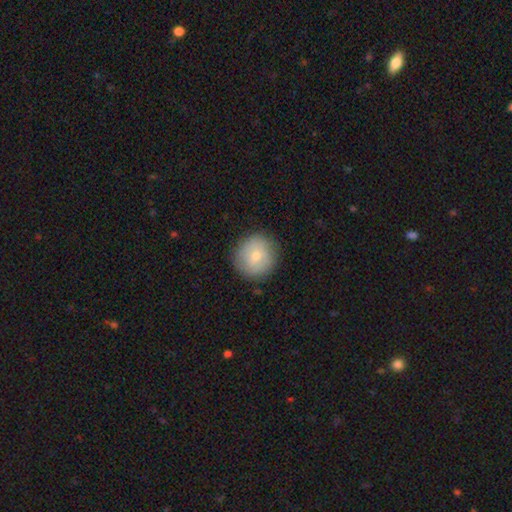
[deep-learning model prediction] Overall: smooth (69%). How rounded: round (94%). Merging: none (86%).